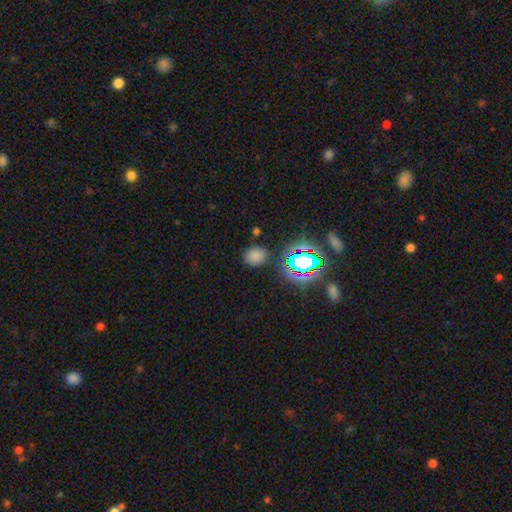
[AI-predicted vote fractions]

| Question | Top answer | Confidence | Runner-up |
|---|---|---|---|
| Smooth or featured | smooth | 70% | star or artifact (24%) |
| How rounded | round | 61% | in between (37%) |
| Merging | none | 82% | minor disturbance (11%) |